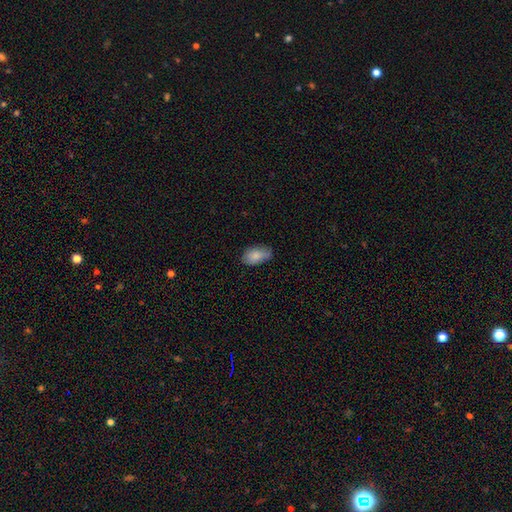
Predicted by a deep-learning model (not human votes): This appears to be a smooth galaxy with no disk features (85%) that is in between round and cigar-shaped (92%). Merging: none (64%).